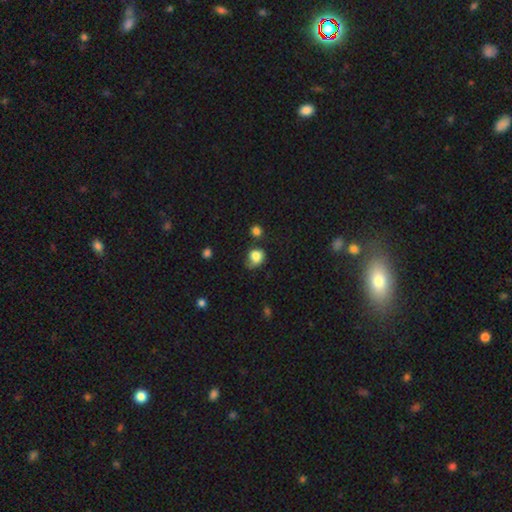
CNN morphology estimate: Smooth or featured? Predicted: smooth (p=0.80). How rounded? Predicted: round (p=0.62). Merging? Predicted: none (p=0.41).